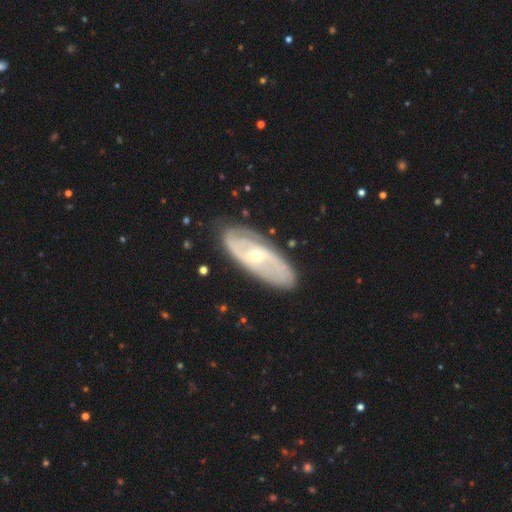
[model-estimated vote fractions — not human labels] The model was most divided on "spiral winding" (2-way tie): medium: 39%, tight: 39%, loose: 22%. Remaining: edge-on disk — no (89%); spiral arms — yes (88%); merging — none (80%); smooth or featured — featured or disk (77%); bulge size — small (70%); spiral arm count — 2 (54%); bar — no (48%).